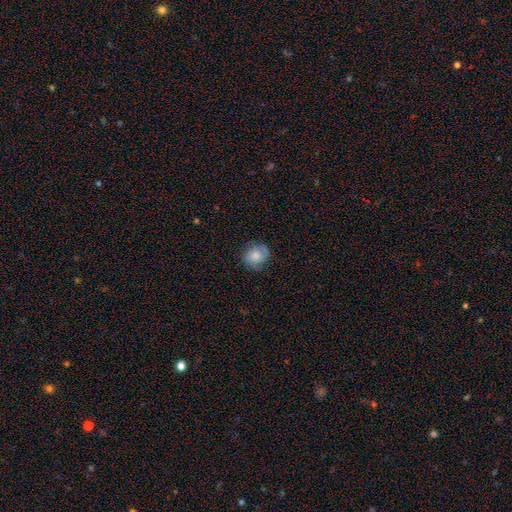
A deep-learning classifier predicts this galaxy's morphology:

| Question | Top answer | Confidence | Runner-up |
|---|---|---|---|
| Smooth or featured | smooth | 58% | featured or disk (33%) |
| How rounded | round | 75% | in between (24%) |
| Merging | none | 72% | minor disturbance (20%) |